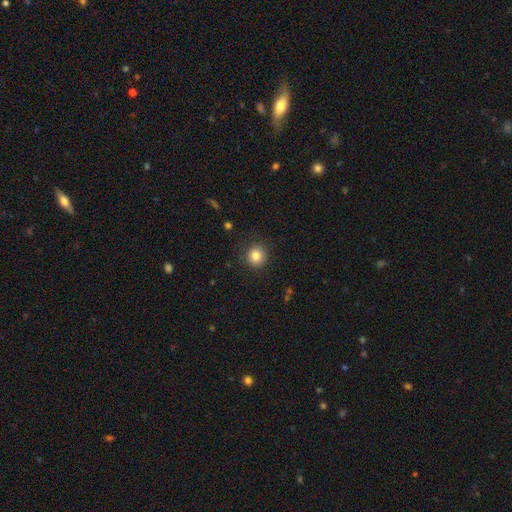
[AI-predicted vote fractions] Smooth or featured? Predicted: smooth (p=0.83). How rounded? Predicted: round (p=0.92). Merging? Predicted: none (p=0.90).